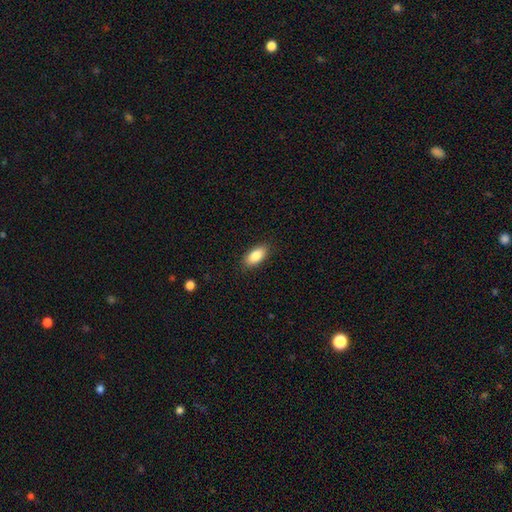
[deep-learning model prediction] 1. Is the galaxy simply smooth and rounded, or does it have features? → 86% smooth, 7% featured or disk, 7% star or artifact.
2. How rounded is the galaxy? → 90% in between, 7% cigar-shaped, 3% round.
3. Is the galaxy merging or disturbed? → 88% none, 9% minor disturbance, 2% major disturbance, 1% merger.